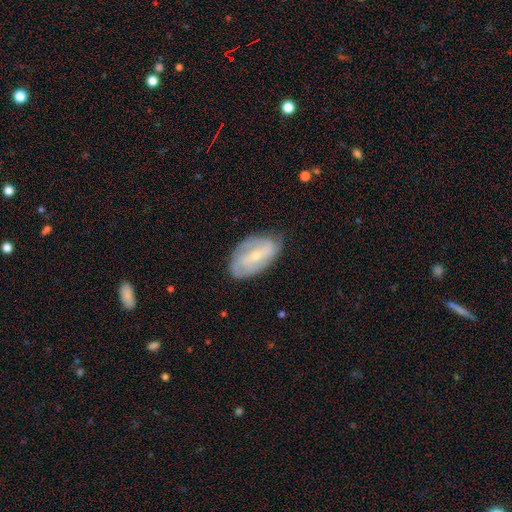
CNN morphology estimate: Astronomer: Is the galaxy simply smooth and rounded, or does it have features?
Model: featured or disk — 70%.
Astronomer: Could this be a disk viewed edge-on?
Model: no — 94%.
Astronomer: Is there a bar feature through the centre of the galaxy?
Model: weak — 42% (runner-up: no, 36%).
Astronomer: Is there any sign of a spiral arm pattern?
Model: yes — 83%.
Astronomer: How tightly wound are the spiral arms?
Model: medium — 39% (runner-up: tight, 38%).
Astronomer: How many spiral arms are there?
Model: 2 — 48% (runner-up: can't tell, 29%).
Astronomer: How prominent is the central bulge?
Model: small — 63%.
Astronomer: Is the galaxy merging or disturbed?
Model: none — 73%.